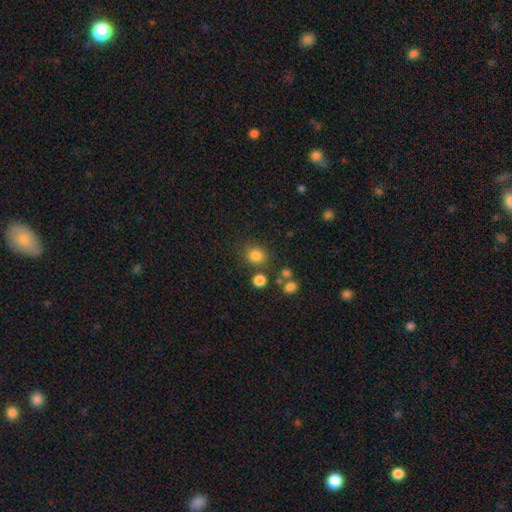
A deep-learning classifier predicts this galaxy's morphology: This appears to be a smooth galaxy with no disk features (82%) that is round (79%). Merging: none (78%).